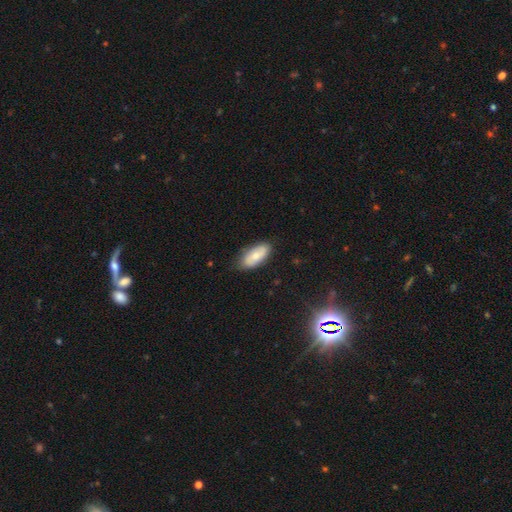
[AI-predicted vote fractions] A smooth galaxy with no disk features (66%) that is in between round and cigar-shaped (89%). Merging: none (79%).